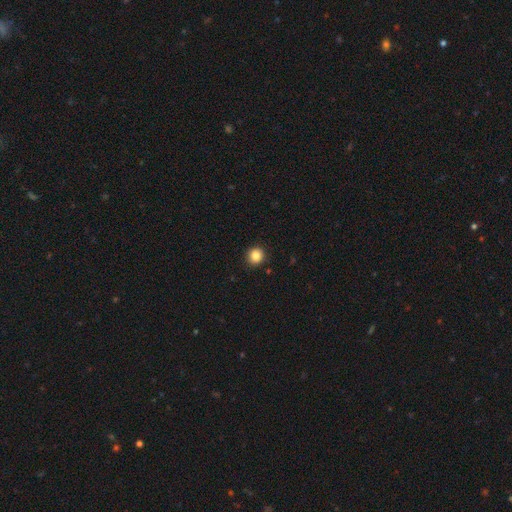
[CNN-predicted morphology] type=smooth (85%); roundness=round (91%); merging=none (92%).